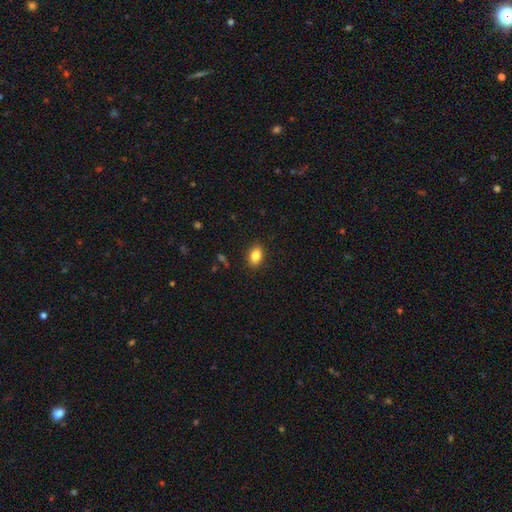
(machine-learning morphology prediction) smooth 84%, star or artifact 9%, featured or disk 7%. Down the decision tree: how rounded — in between (76%); merging — none (88%).